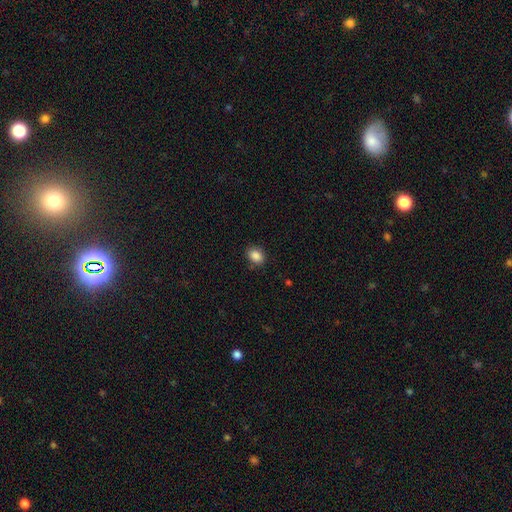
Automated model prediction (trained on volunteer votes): Smooth or featured? Predicted: smooth (p=0.87). How rounded? Predicted: in between (p=0.67). Merging? Predicted: none (p=0.84).